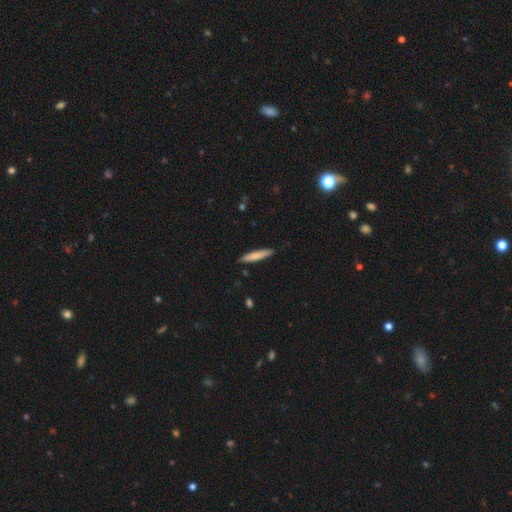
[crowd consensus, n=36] Smooth or featured? smooth (72%)
How rounded? cigar-shaped (81%)
Merging? none (86%)